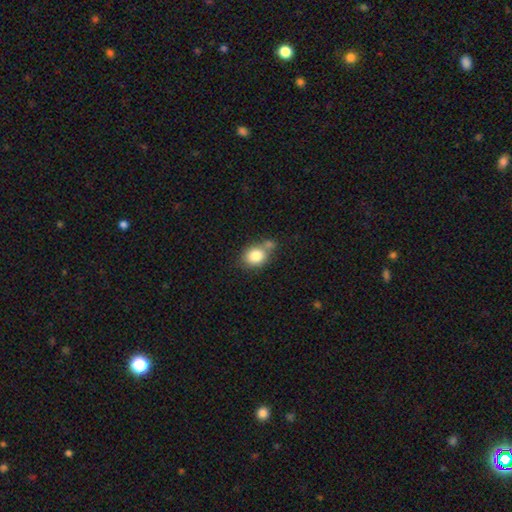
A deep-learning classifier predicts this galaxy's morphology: smooth-or-featured: smooth: 81% | featured or disk: 10% | star or artifact: 9%
  how-rounded: round: 56% | in between: 43% | cigar-shaped: 1%
  merging: none: 49% | merger: 29% | minor disturbance: 17% | major disturbance: 5%